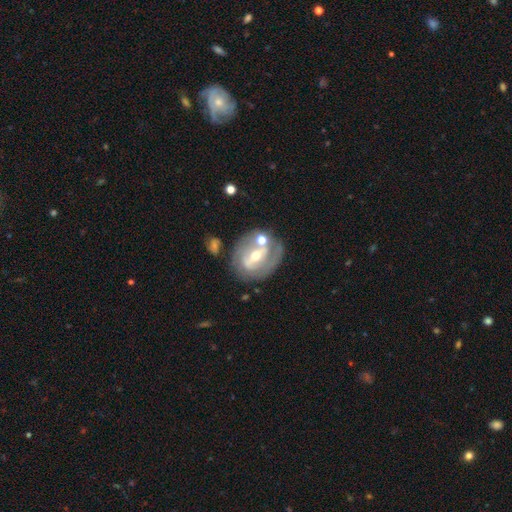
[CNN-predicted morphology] A featured or disk galaxy (76%) with a strong bar (50%), spiral arms (67%) and a moderate central bulge (59%).

Vote fractions:
- Smooth or featured? featured or disk: 76% / smooth: 17% / star or artifact: 7%
- Edge-on disk? no: 93% / yes: 7%
- Bar? strong: 50% / weak: 34% / no: 17%
- Spiral arms? yes: 67% / no: 33%
- Bulge size? moderate: 59% / small: 35% / large: 4% / none: 1% / dominant: 1%
- Merging? none: 62% / minor disturbance: 17% / merger: 13% / major disturbance: 8%